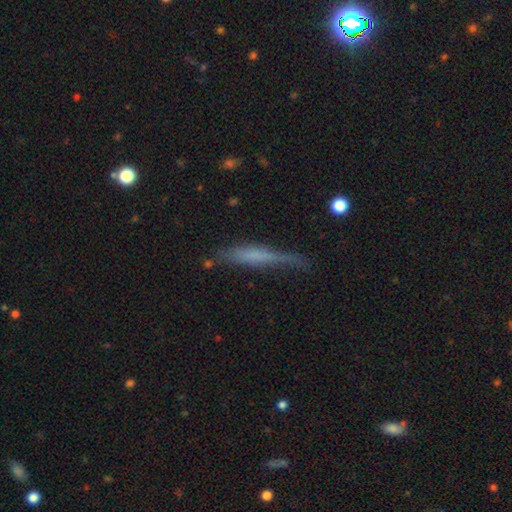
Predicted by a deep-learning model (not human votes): This is possibly a smooth galaxy (49%). Merging: possibly none (58%).